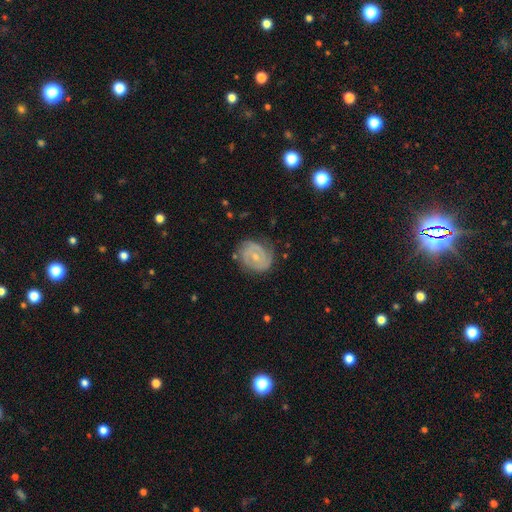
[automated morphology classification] Q: Smooth or featured?
A: featured or disk (75%); runner-up: smooth (18%)
Q: Edge-on disk?
A: no (98%); runner-up: yes (2%)
Q: Bar?
A: no (52%); runner-up: weak (40%)
Q: Spiral arms?
A: yes (90%); runner-up: no (10%)
Q: Spiral winding?
A: tight (59%); runner-up: medium (32%)
Q: Spiral arm count?
A: 2 (67%); runner-up: can't tell (18%)
Q: Bulge size?
A: small (61%); runner-up: moderate (34%)
Q: Merging?
A: none (74%); runner-up: minor disturbance (19%)